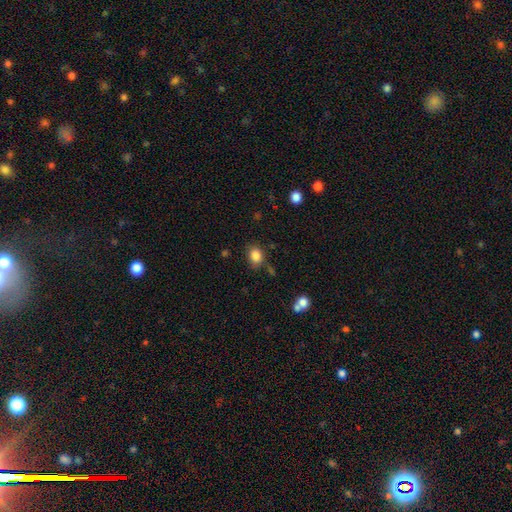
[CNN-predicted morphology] A smooth galaxy with no disk features (85%) that is in between round and cigar-shaped (52%). Merging: none (75%).